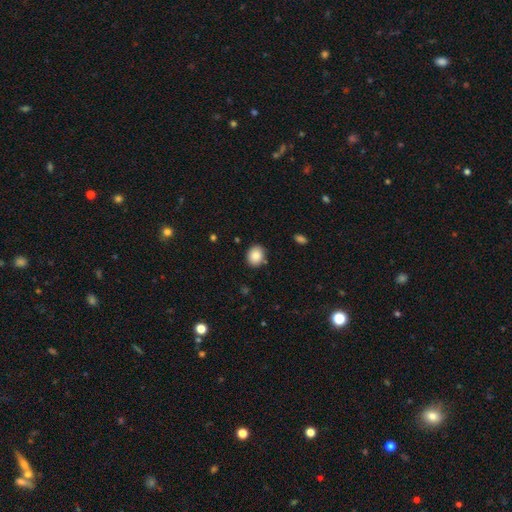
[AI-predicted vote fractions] smooth_or_featured: smooth (p=0.86) [alt: star or artifact p=0.08]
how_rounded: round (p=0.55) [alt: in between p=0.44]
merging: none (p=0.85) [alt: minor disturbance p=0.10]